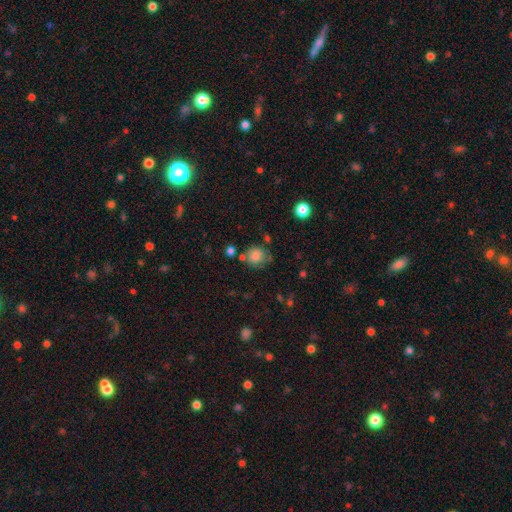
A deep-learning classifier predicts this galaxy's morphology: smooth_or_featured: smooth (p=0.81) [alt: star or artifact p=0.11]
how_rounded: round (p=0.84) [alt: in between p=0.15]
merging: none (p=0.66) [alt: minor disturbance p=0.18]